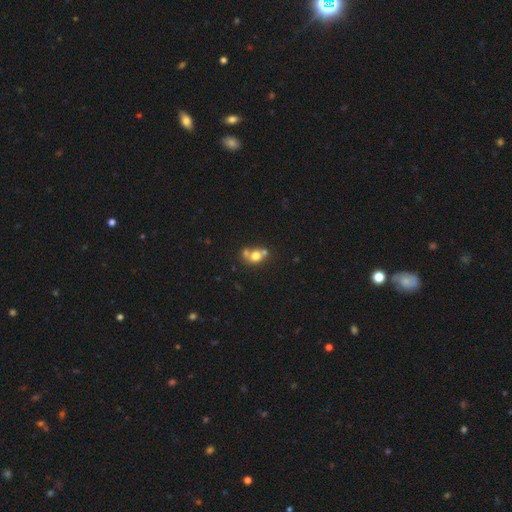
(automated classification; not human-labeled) Smooth or featured? Predicted: smooth (p=0.66). How rounded? Predicted: round (p=0.62). Merging? Predicted: merger (p=0.47).